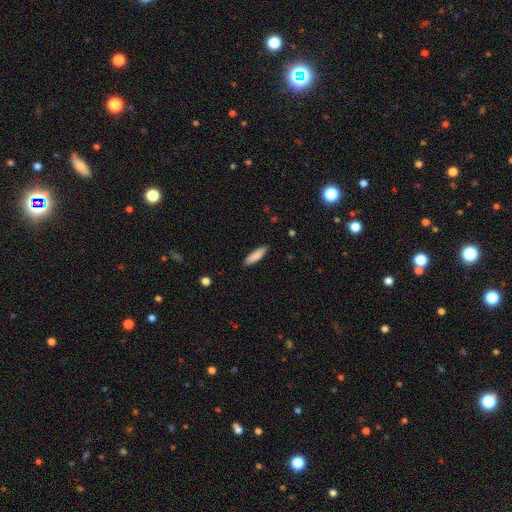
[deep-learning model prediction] smooth_or_featured: smooth (p=0.86) [alt: featured or disk p=0.08]
how_rounded: cigar-shaped (p=0.65) [alt: in between p=0.34]
merging: none (p=0.88) [alt: minor disturbance p=0.09]